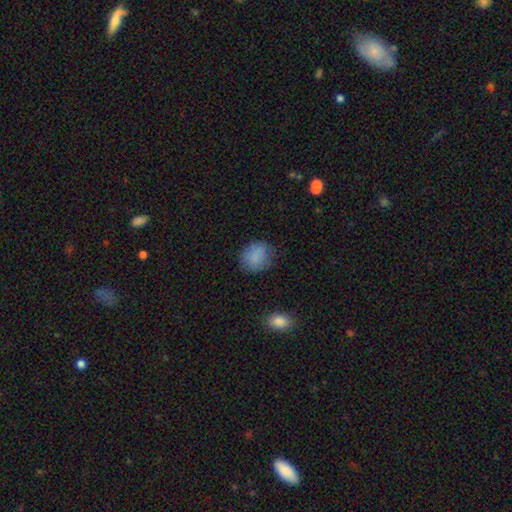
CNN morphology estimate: The model was most divided on "how rounded": round: 70%, in between: 29%, cigar-shaped: 1%. More confident: smooth or featured — smooth (84%); merging — none (72%).